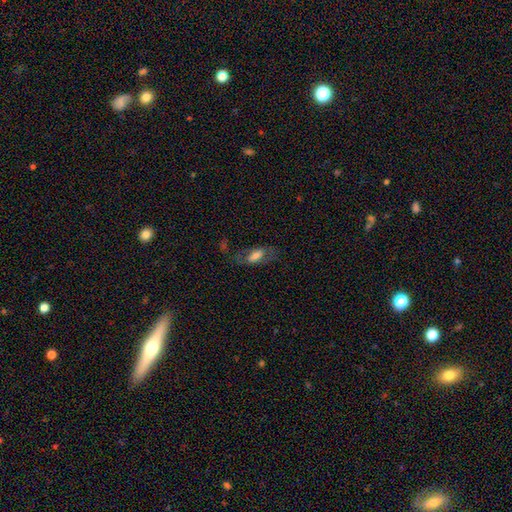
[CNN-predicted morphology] Smooth or featured? smooth (57%)
How rounded? in between (82%)
Merging? none (57%)